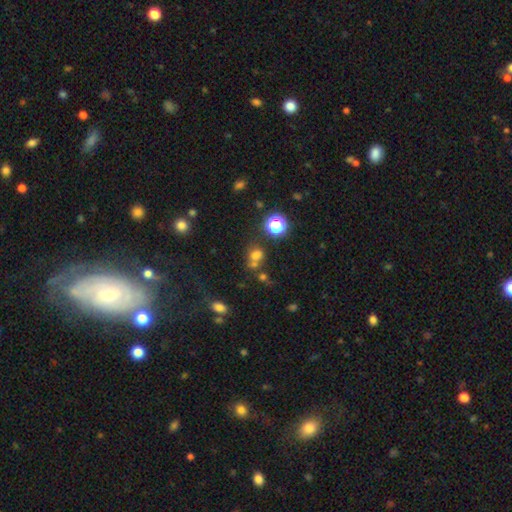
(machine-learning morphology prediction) Q: Smooth or featured?
A: smooth (61%); runner-up: star or artifact (29%)
Q: How rounded?
A: round (63%); runner-up: in between (35%)
Q: Merging?
A: none (46%); runner-up: merger (35%)